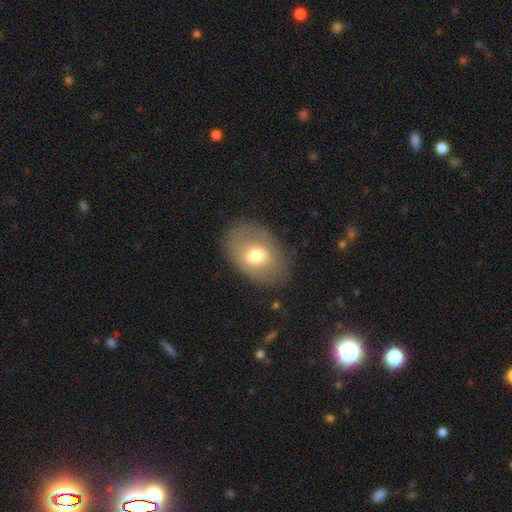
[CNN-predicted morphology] The model was most divided on "smooth or featured": smooth: 63%, featured or disk: 28%, star or artifact: 9%. More confident: how rounded — in between (80%); merging — none (78%).